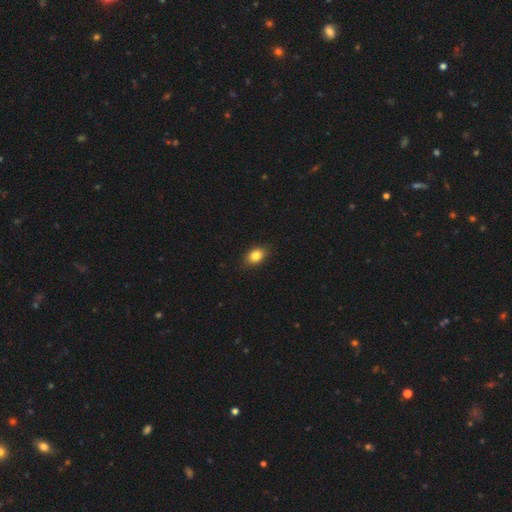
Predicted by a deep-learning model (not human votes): Overall: smooth (83%). How rounded: in between (79%). Merging: none (87%).